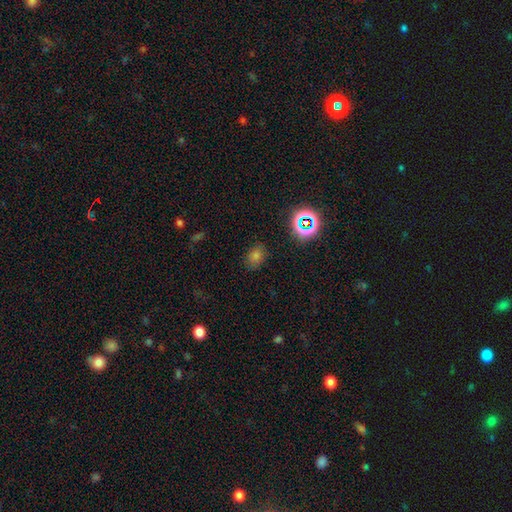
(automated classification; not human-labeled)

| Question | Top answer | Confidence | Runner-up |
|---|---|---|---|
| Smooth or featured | smooth | 65% | star or artifact (27%) |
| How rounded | in between | 59% | round (39%) |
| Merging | none | 83% | minor disturbance (12%) |